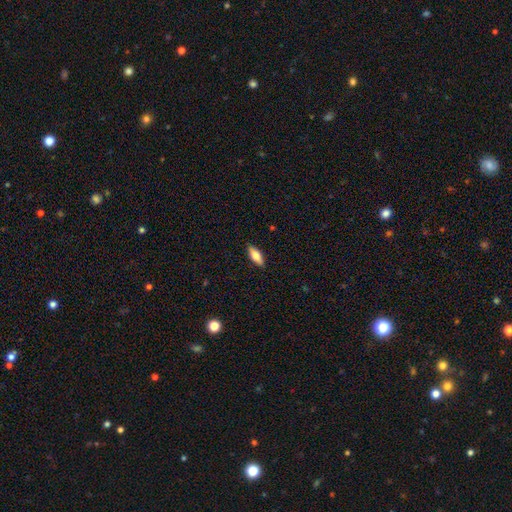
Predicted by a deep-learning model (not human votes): This appears to be a smooth galaxy with no disk features (72%) that is in between round and cigar-shaped (75%). Merging: none (89%).